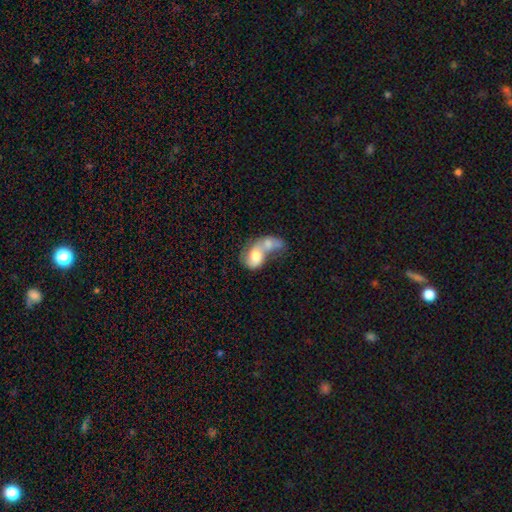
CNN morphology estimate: smooth_or_featured: smooth (p=0.59) [alt: featured or disk p=0.34]
how_rounded: in between (p=0.72) [alt: round p=0.25]
merging: merger (p=0.77) [alt: major disturbance p=0.10]